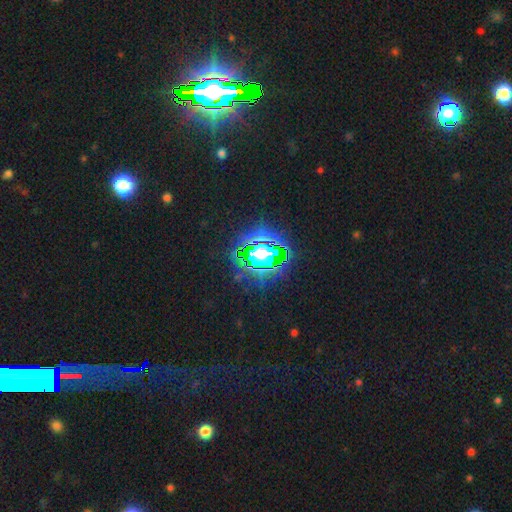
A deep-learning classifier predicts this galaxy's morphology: type=star or artifact (85%).